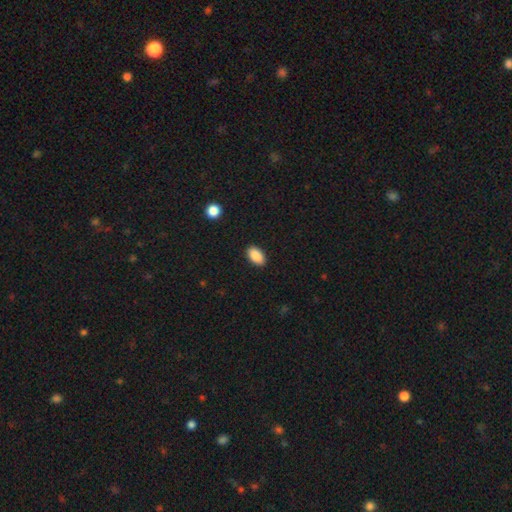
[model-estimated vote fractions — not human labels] Smooth or featured?
  - smooth: 89% *
  - star or artifact: 7%
  - featured or disk: 3%
How rounded?
  - in between: 94% *
  - round: 5%
  - cigar-shaped: 2%
Merging?
  - none: 89% *
  - minor disturbance: 8%
  - major disturbance: 2%
  - merger: 1%